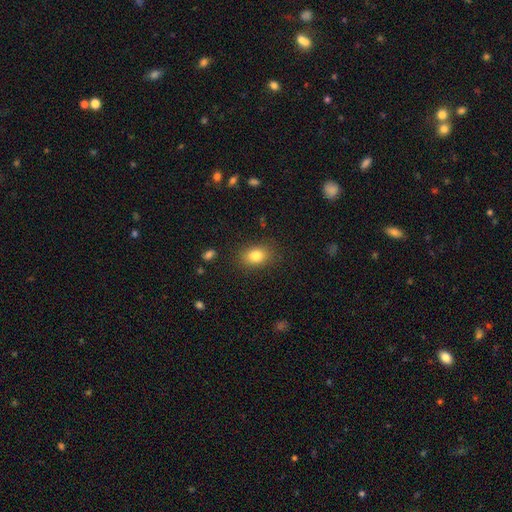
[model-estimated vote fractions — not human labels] Morphology: type=smooth (82%); roundness=in between (69%); merging=none (85%).